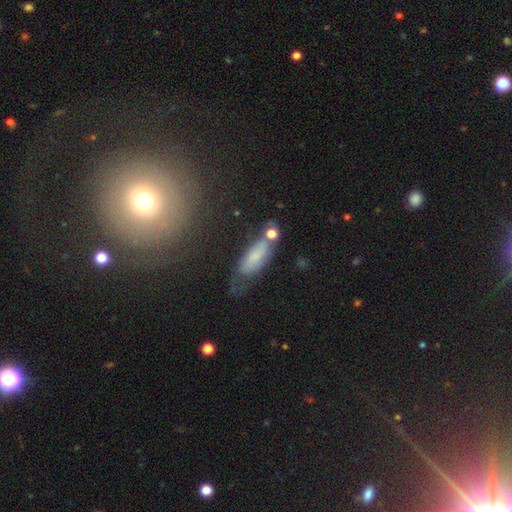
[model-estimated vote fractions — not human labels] The model was most divided on "merging": none: 44%, minor disturbance: 27%, major disturbance: 15%, merger: 13%. More confident: how rounded — in between (62%); smooth or featured — smooth (61%).